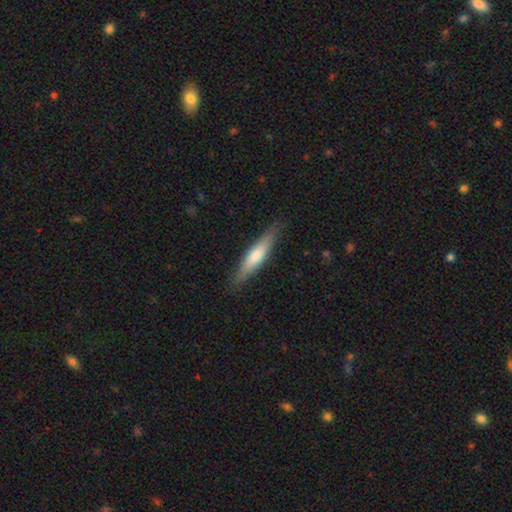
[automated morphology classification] smooth_or_featured: smooth (p=0.52) [alt: featured or disk p=0.43]
how_rounded: cigar-shaped (p=0.88) [alt: in between p=0.11]
merging: none (p=0.88) [alt: minor disturbance p=0.09]